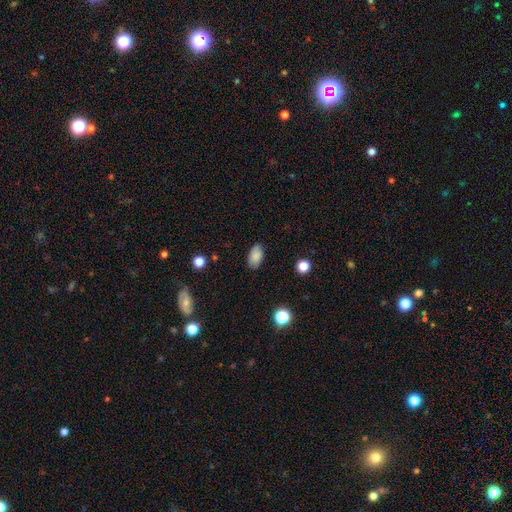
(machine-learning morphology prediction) Overall: smooth (86%). How rounded: in between (92%). Merging: none (85%).